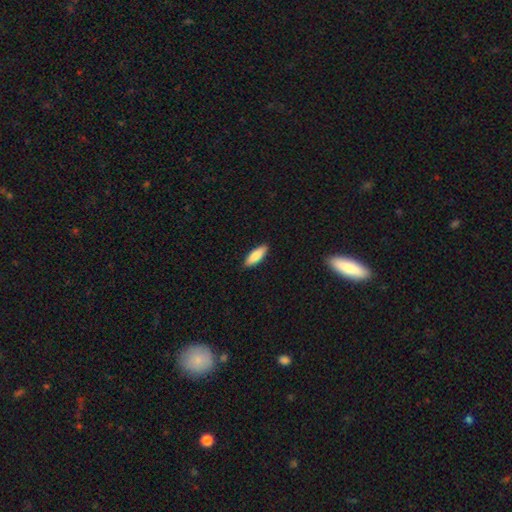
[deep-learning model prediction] Smooth or featured?
  - smooth: 85% *
  - featured or disk: 10%
  - star or artifact: 5%
How rounded?
  - in between: 58% *
  - cigar-shaped: 40%
  - round: 2%
Merging?
  - none: 89% *
  - minor disturbance: 8%
  - major disturbance: 2%
  - merger: 1%